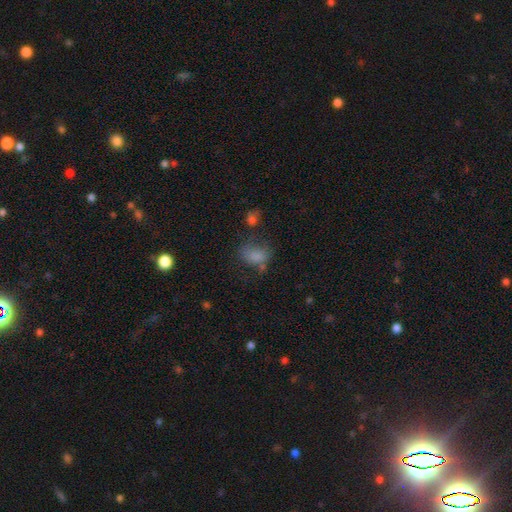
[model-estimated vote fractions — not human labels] smooth_or_featured: smooth (p=0.76) [alt: star or artifact p=0.14]
how_rounded: in between (p=0.77) [alt: round p=0.22]
merging: none (p=0.43) [alt: minor disturbance p=0.25]